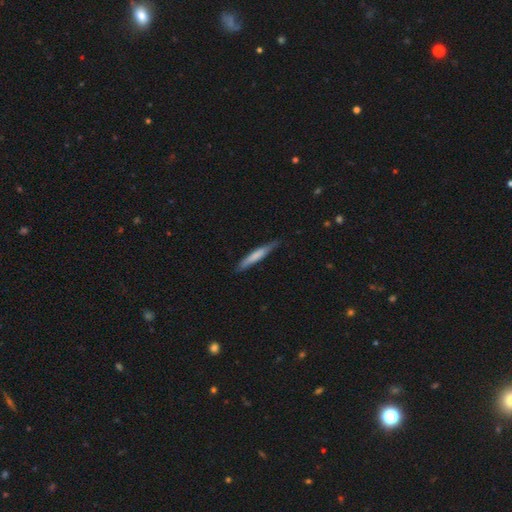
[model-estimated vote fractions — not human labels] smooth 66%, featured or disk 28%, star or artifact 5%. Down the decision tree: how rounded — cigar-shaped (94%); merging — none (83%).